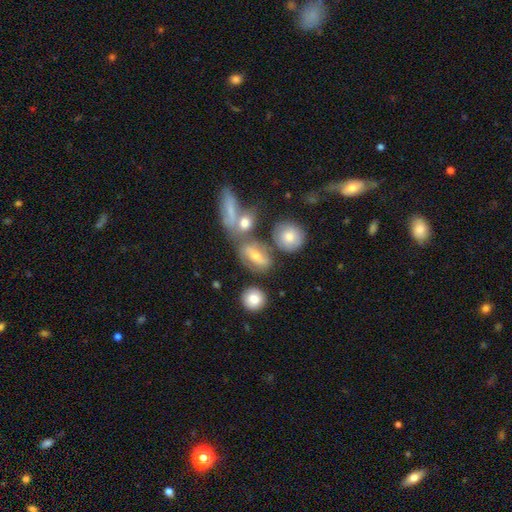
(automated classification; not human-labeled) smooth_or_featured: smooth (p=0.50) [alt: featured or disk p=0.38]
how_rounded: in between (p=0.70) [alt: round p=0.24]
merging: none (p=0.47) [alt: merger p=0.28]